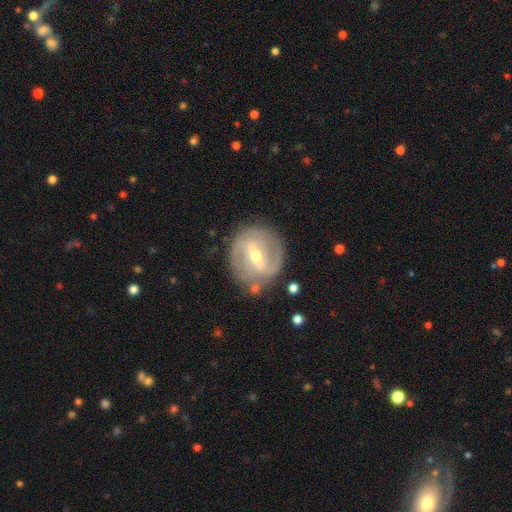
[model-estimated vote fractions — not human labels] A featured or disk galaxy (85%) with a strong bar (52%), 2 (71%) medium (42%, tied with tight) spiral arms (90%) and a moderate central bulge (52%). Merging: none (80%).